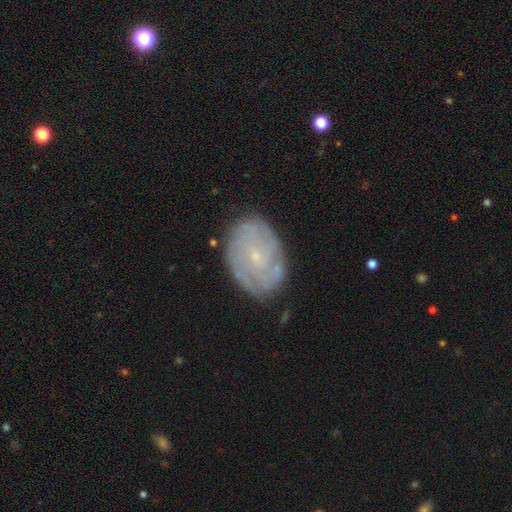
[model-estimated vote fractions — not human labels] featured or disk 68%, smooth 24%, star or artifact 8%. Down the decision tree: edge-on disk — no (96%); bar — no (73%); spiral arms — yes (83%); spiral arm count — can't tell (49%); spiral winding — tight (67%); bulge size — small (82%); merging — none (78%).